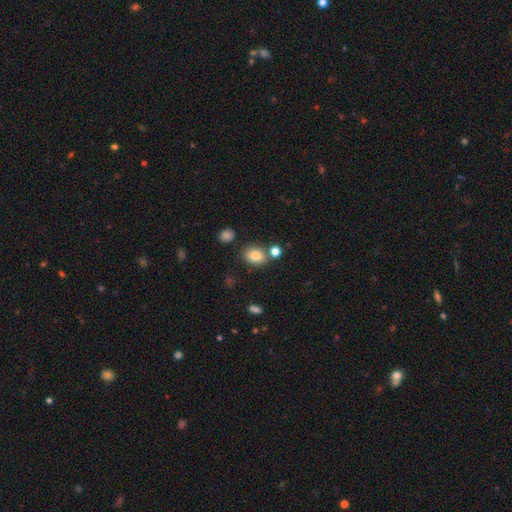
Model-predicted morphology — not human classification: A smooth galaxy with no disk features (82%) that is in between round and cigar-shaped (61%).

Vote fractions:
- Smooth or featured? smooth: 82% / star or artifact: 11% / featured or disk: 8%
- How rounded? in between: 61% / round: 38% / cigar-shaped: 1%
- Merging? none: 73% / merger: 12% / minor disturbance: 12% / major disturbance: 4%